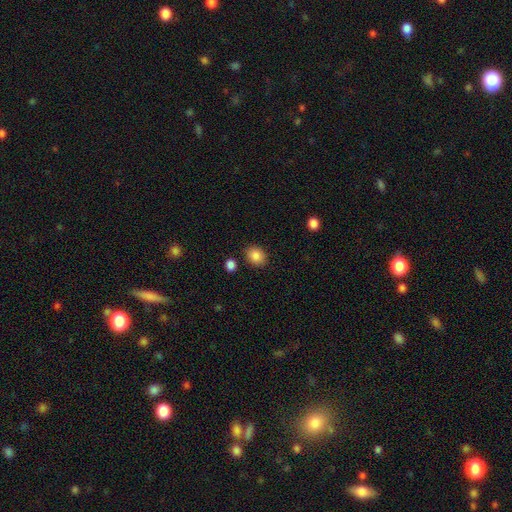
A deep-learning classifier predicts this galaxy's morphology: A smooth galaxy with no disk features (87%) that is in between round and cigar-shaped (51%).

Vote fractions:
- Smooth or featured? smooth: 87% / star or artifact: 9% / featured or disk: 5%
- How rounded? in between: 51% / round: 48% / cigar-shaped: 1%
- Merging? none: 85% / minor disturbance: 9% / merger: 3% / major disturbance: 3%